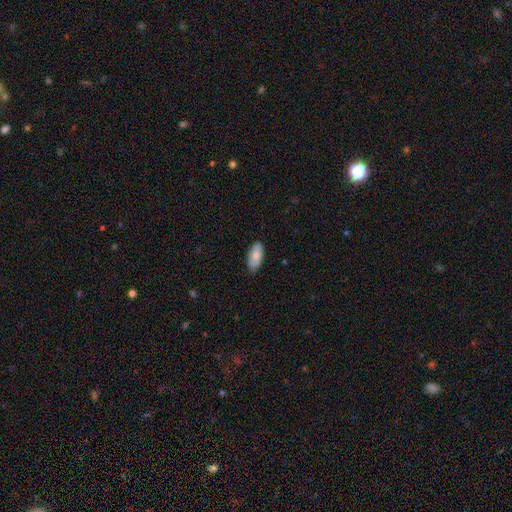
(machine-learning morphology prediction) Smooth or featured: smooth — 81% (featured or disk — 13%)
How rounded: in between — 91% (cigar-shaped — 7%)
Merging: none — 85% (minor disturbance — 12%)